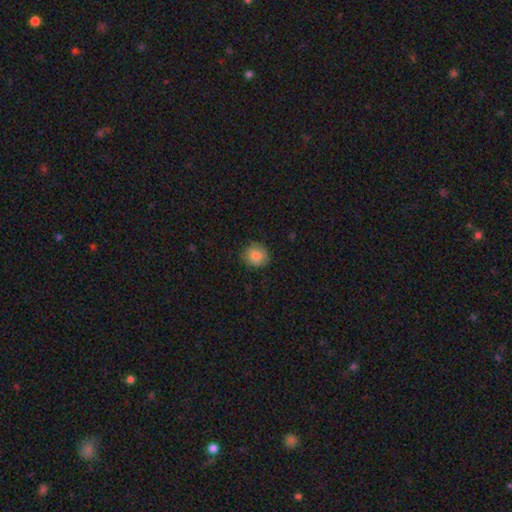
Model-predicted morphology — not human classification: Smooth or featured? smooth (82%)
How rounded? round (87%)
Merging? none (78%)